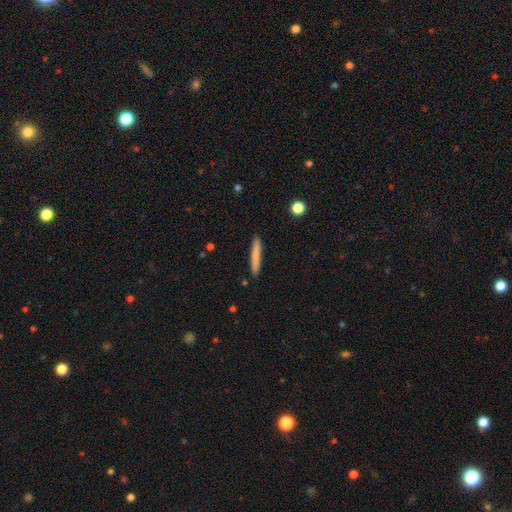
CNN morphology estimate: type=smooth (77%); roundness=cigar-shaped (95%); merging=none (90%).